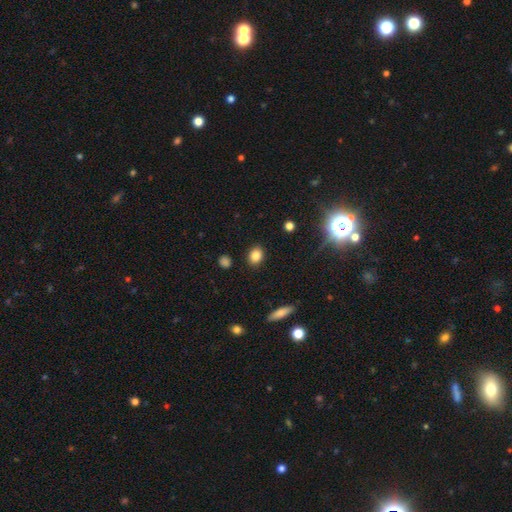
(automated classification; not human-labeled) The model was most divided on "how rounded": in between: 50%, round: 49%, cigar-shaped: 2%. More confident: merging — none (89%); smooth or featured — smooth (83%).